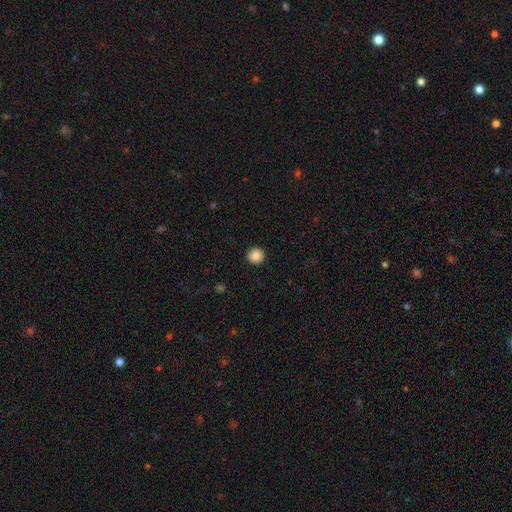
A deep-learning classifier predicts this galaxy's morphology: smooth-or-featured: smooth: 88% | star or artifact: 9% | featured or disk: 3%
  how-rounded: round: 95% | in between: 4% | cigar-shaped: 1%
  merging: none: 93% | minor disturbance: 4% | major disturbance: 2% | merger: 1%